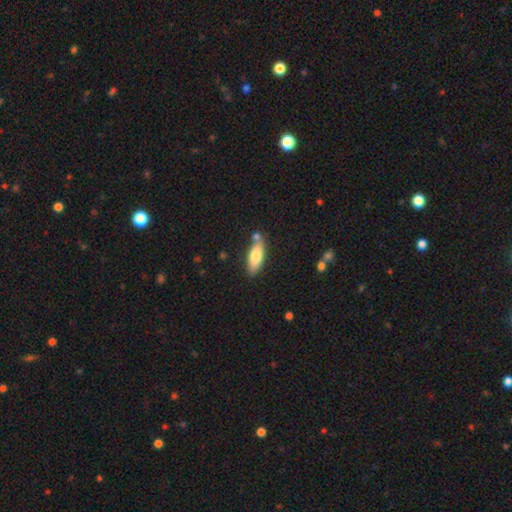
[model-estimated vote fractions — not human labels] smooth_or_featured: smooth (p=0.77) [alt: featured or disk p=0.17]
how_rounded: in between (p=0.60) [alt: cigar-shaped p=0.38]
merging: none (p=0.74) [alt: minor disturbance p=0.14]